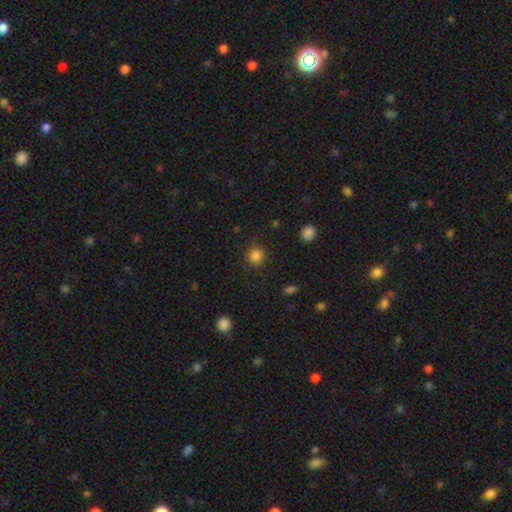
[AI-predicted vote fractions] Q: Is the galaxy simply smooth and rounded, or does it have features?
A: smooth — 85%.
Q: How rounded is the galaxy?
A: round — 92%.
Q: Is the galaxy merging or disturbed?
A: none — 87%.